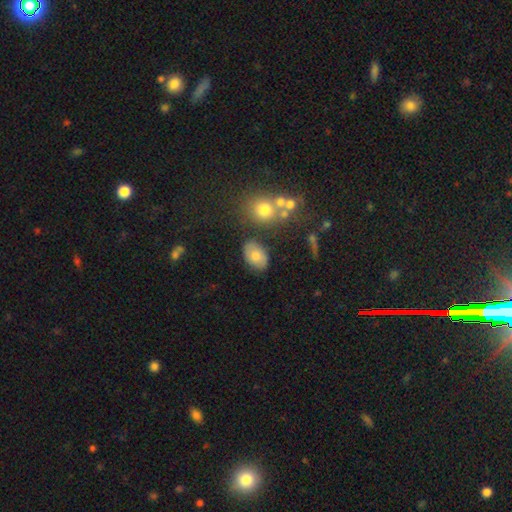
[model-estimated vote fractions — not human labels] smooth_or_featured: smooth (p=0.72) [alt: featured or disk p=0.18]
how_rounded: in between (p=0.85) [alt: round p=0.13]
merging: none (p=0.77) [alt: minor disturbance p=0.13]